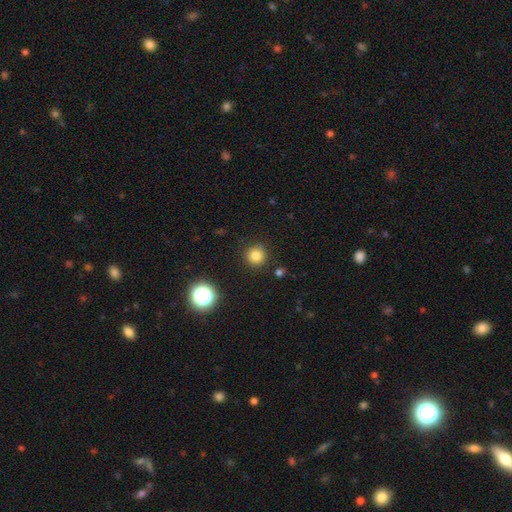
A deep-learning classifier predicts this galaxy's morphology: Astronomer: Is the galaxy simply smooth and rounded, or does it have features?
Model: smooth — 81%.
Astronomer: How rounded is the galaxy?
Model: round — 94%.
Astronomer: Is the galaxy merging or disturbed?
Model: none — 89%.